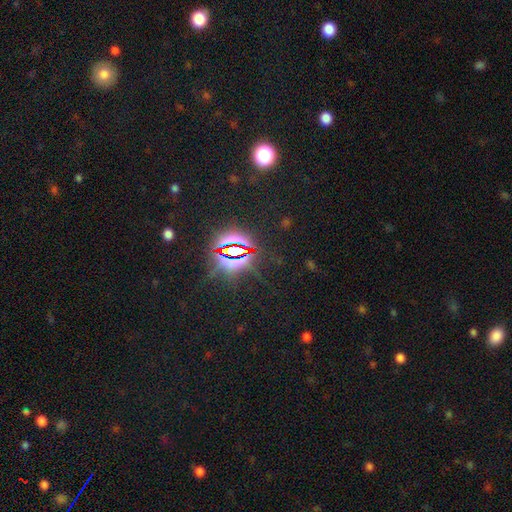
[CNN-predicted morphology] Smooth or featured?
  - star or artifact: 83% *
  - smooth: 10%
  - featured or disk: 7%